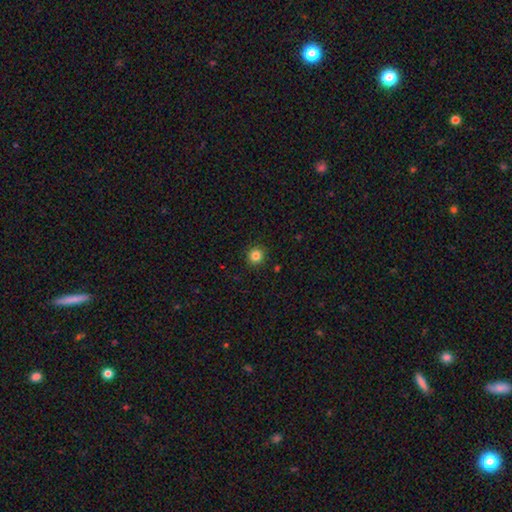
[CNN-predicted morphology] The model was most divided on "smooth or featured": smooth: 84%, star or artifact: 12%, featured or disk: 5%. More confident: how rounded — round (93%); merging — none (92%).